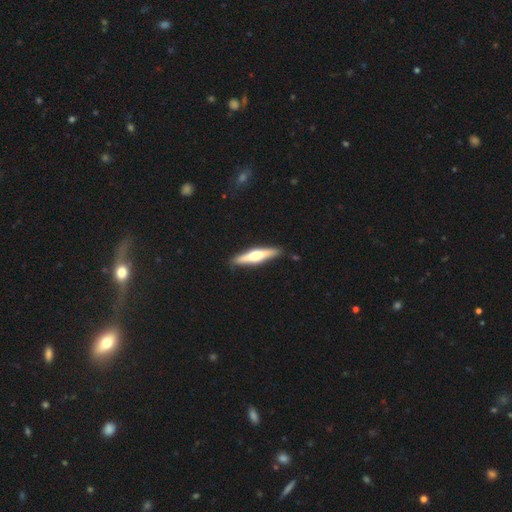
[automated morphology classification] Smooth or featured? Predicted: featured or disk (p=0.60). Edge-on disk? Predicted: yes (p=0.96). Edge-on bulge? Predicted: rounded (p=0.91). Merging? Predicted: none (p=0.89).